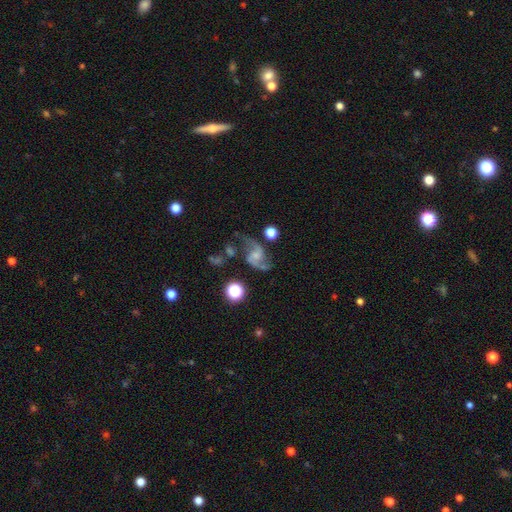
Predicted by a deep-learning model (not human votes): Q: Smooth or featured?
A: featured or disk (85%); runner-up: star or artifact (8%)
Q: Edge-on disk?
A: no (98%); runner-up: yes (2%)
Q: Bar?
A: no (50%); runner-up: weak (40%)
Q: Spiral arms?
A: yes (96%); runner-up: no (4%)
Q: Spiral winding?
A: loose (67%); runner-up: medium (27%)
Q: Spiral arm count?
A: 2 (93%); runner-up: 1 (2%)
Q: Bulge size?
A: small (43%); runner-up: moderate (26%)
Q: Merging?
A: none (62%); runner-up: minor disturbance (18%)